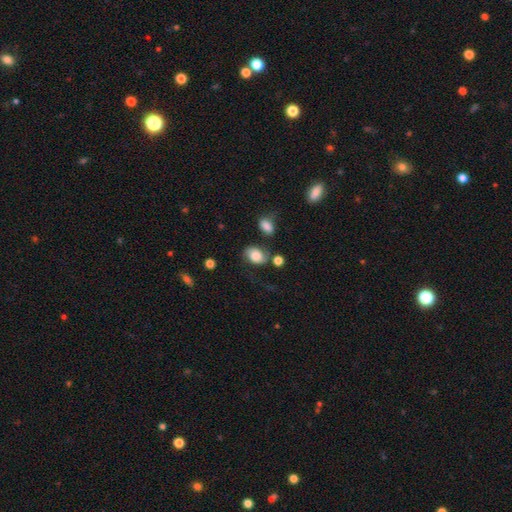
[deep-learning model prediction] Smooth or featured?
  - smooth: 60% *
  - featured or disk: 30%
  - star or artifact: 10%
How rounded?
  - in between: 71% *
  - round: 27%
  - cigar-shaped: 1%
Merging?
  - none: 54% *
  - minor disturbance: 24%
  - major disturbance: 13%
  - merger: 9%